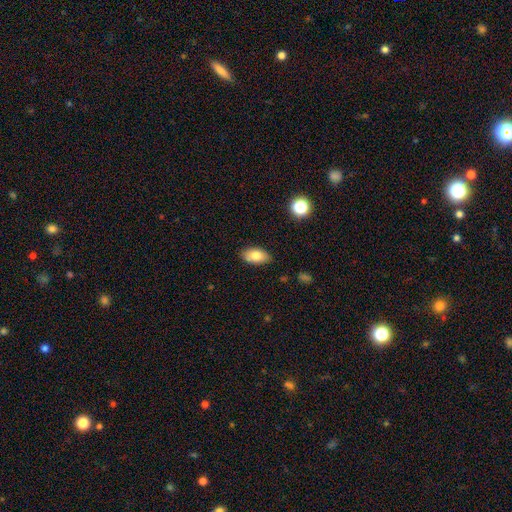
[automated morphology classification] This appears to be a smooth galaxy with no disk features (79%) that is in between round and cigar-shaped (92%). Merging: none (81%).